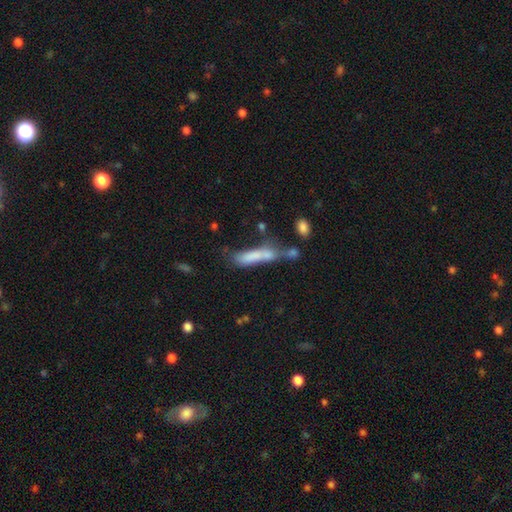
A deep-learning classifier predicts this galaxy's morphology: smooth_or_featured: smooth (p=0.66) [alt: featured or disk p=0.24]
how_rounded: cigar-shaped (p=0.78) [alt: in between p=0.20]
merging: merger (p=0.33) [alt: none p=0.31]